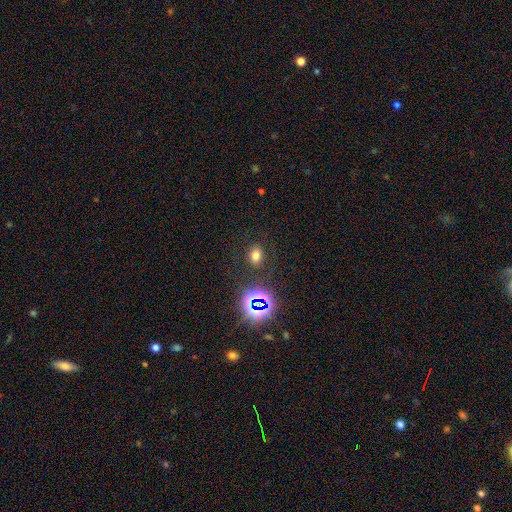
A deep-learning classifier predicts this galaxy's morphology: Smooth or featured? smooth (66%)
How rounded? in between (64%)
Merging? none (85%)